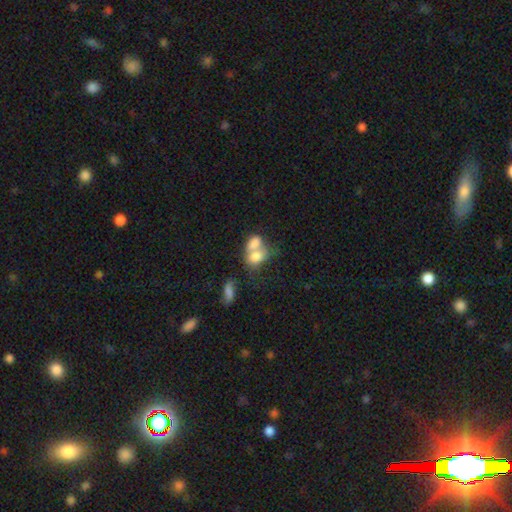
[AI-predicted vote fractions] Smooth or featured? smooth (72%)
How rounded? in between (79%)
Merging? merger (70%)